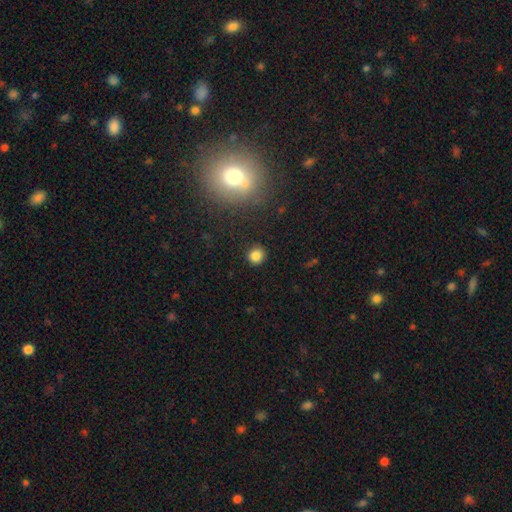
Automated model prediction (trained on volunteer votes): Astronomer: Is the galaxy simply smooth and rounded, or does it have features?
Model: smooth — 83%.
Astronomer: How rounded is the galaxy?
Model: round — 91%.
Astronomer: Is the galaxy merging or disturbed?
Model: none — 90%.